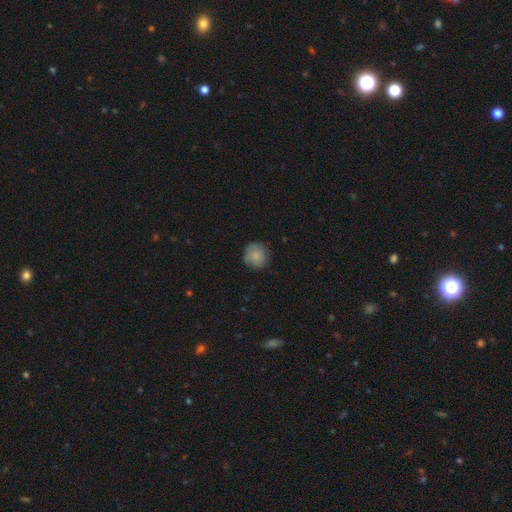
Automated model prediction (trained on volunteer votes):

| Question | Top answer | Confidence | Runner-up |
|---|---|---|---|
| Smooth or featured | smooth | 76% | featured or disk (16%) |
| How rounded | round | 89% | in between (10%) |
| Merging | none | 75% | minor disturbance (20%) |